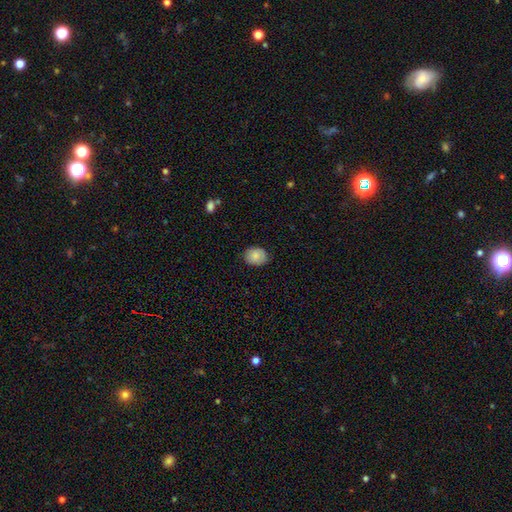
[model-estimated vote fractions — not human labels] The model was most divided on "how rounded": in between: 54%, round: 45%, cigar-shaped: 1%. More confident: smooth or featured — smooth (86%); merging — none (83%).